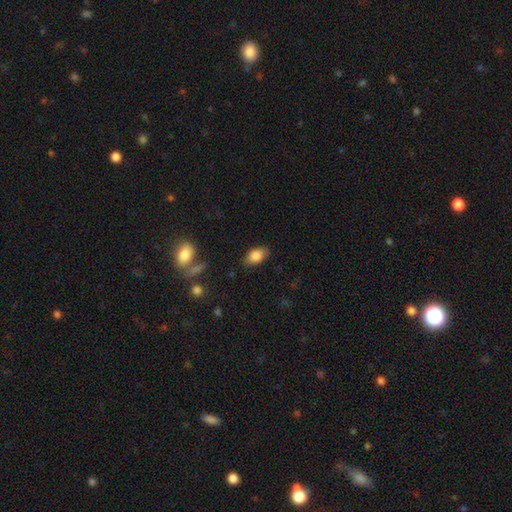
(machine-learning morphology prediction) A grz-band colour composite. It shows a smooth galaxy with no disk features (85%) that is in between round and cigar-shaped (90%). Merging: none (83%).